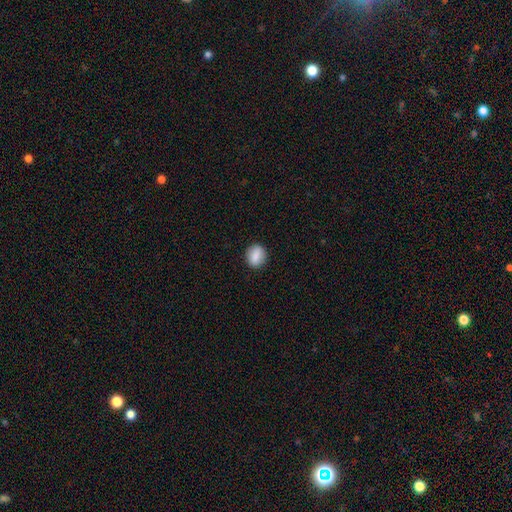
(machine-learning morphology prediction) A smooth galaxy with no disk features (85%) that is round (61%).

Vote fractions:
- Smooth or featured? smooth: 85% / star or artifact: 8% / featured or disk: 7%
- How rounded? round: 61% / in between: 37% / cigar-shaped: 2%
- Merging? none: 87% / minor disturbance: 9% / major disturbance: 2% / merger: 1%